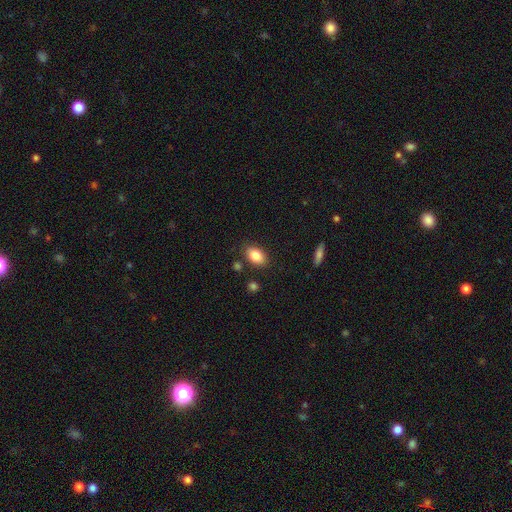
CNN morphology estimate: Overall: smooth (85%). How rounded: in between (88%). Merging: none (84%).